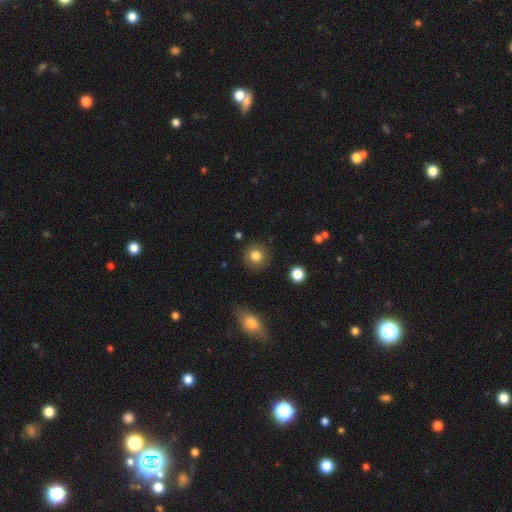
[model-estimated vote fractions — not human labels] Smooth or featured?
  - smooth: 81% *
  - star or artifact: 10%
  - featured or disk: 8%
How rounded?
  - round: 91% *
  - in between: 8%
  - cigar-shaped: 1%
Merging?
  - none: 88% *
  - minor disturbance: 8%
  - major disturbance: 3%
  - merger: 2%